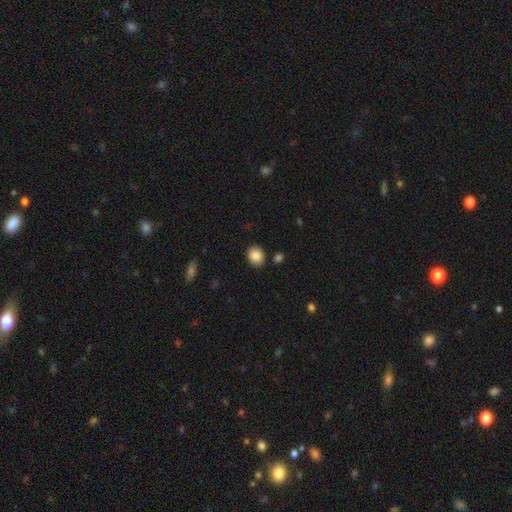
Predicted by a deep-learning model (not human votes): smooth_or_featured: smooth (p=0.87) [alt: star or artifact p=0.08]
how_rounded: round (p=0.58) [alt: in between p=0.41]
merging: none (p=0.86) [alt: minor disturbance p=0.09]